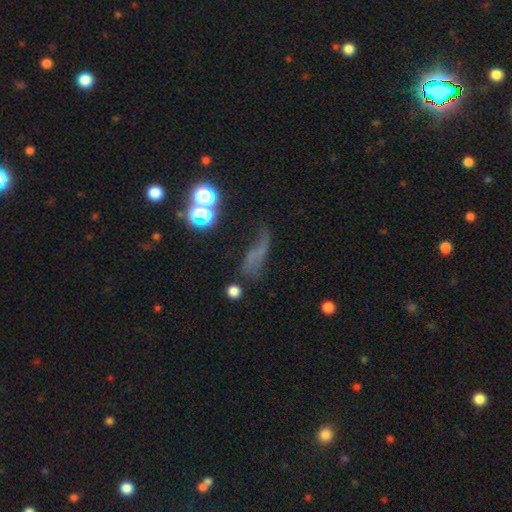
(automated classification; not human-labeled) Smooth or featured? smooth (41%)
Merging? none (41%)